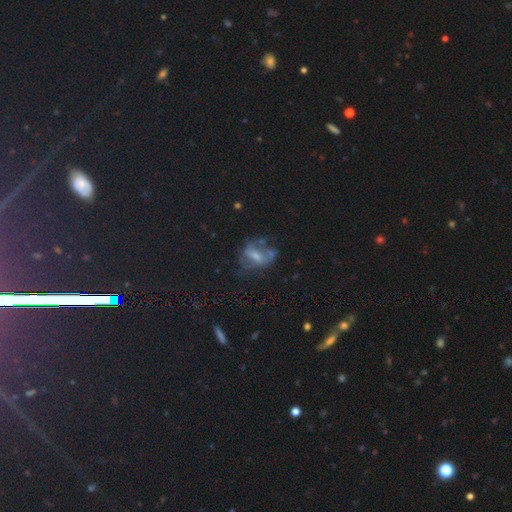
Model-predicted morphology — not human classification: A featured or disk galaxy (51%).

Vote fractions:
- Smooth or featured? featured or disk: 51% / smooth: 33% / star or artifact: 16%
- Edge-on disk? no: 93% / yes: 7%
- Merging? none: 40% / major disturbance: 27% / minor disturbance: 23% / merger: 10%